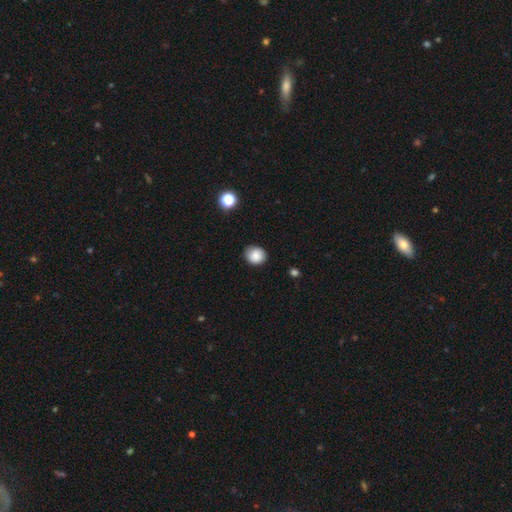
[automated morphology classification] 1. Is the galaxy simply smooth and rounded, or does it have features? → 82% smooth, 9% star or artifact, 9% featured or disk.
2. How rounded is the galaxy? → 78% round, 21% in between, 1% cigar-shaped.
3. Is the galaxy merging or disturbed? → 80% none, 16% minor disturbance, 3% major disturbance, 1% merger.